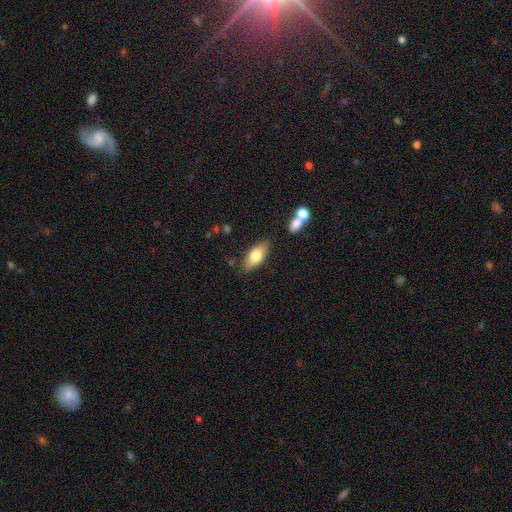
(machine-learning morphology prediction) Overall: smooth (74%). How rounded: in between (83%). Merging: none (80%).